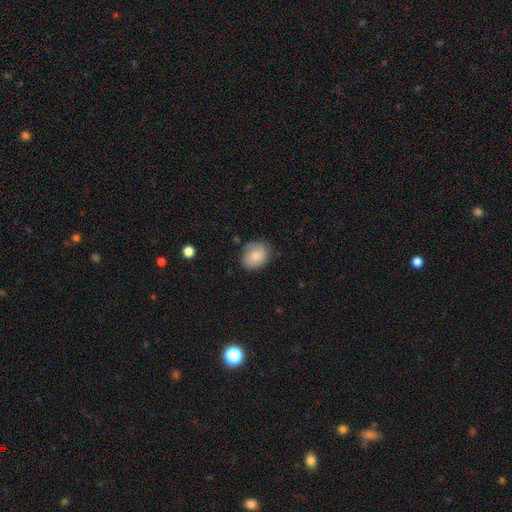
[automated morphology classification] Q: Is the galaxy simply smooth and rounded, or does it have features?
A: smooth — 79%.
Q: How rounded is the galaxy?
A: in between — 54%.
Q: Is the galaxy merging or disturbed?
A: none — 72%.